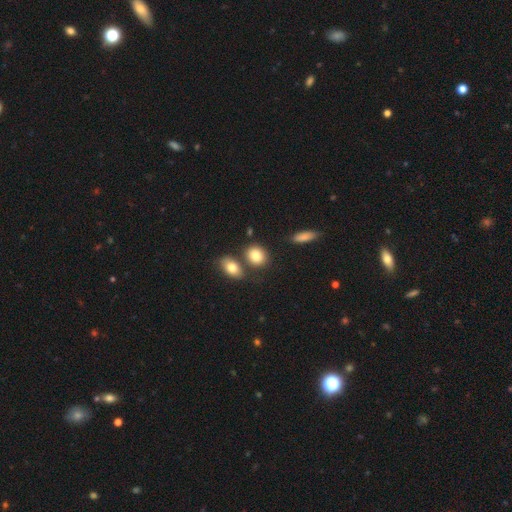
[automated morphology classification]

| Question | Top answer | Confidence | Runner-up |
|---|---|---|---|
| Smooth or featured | smooth | 83% | featured or disk (8%) |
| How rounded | in between | 51% | round (48%) |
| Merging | none | 66% | merger (19%) |